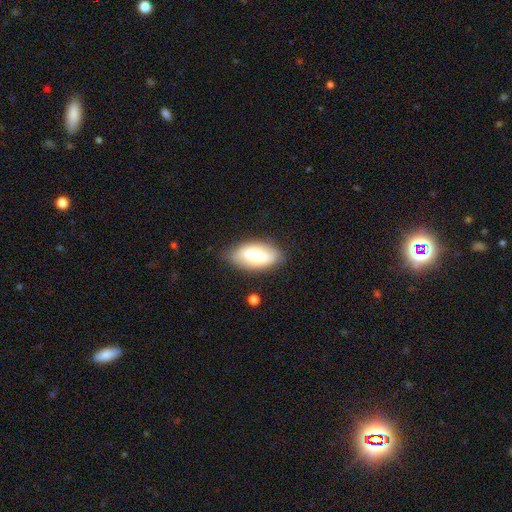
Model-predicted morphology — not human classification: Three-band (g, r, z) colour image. It shows a smooth galaxy with no disk features (63%) that is in between round and cigar-shaped (91%). Merging: none (78%).